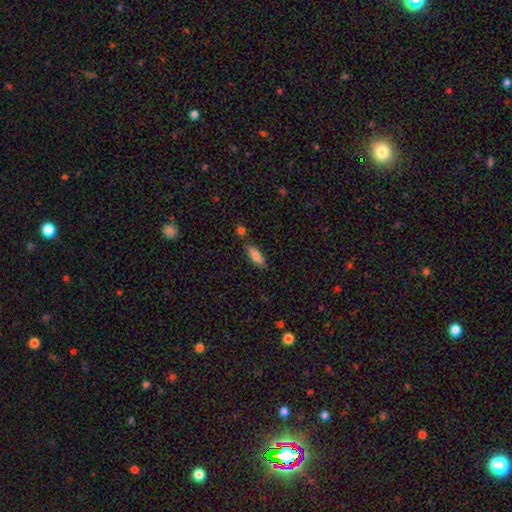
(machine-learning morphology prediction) smooth-or-featured: smooth: 79% | featured or disk: 14% | star or artifact: 7%
  how-rounded: in between: 63% | cigar-shaped: 35% | round: 2%
  merging: none: 75% | minor disturbance: 14% | merger: 8% | major disturbance: 3%